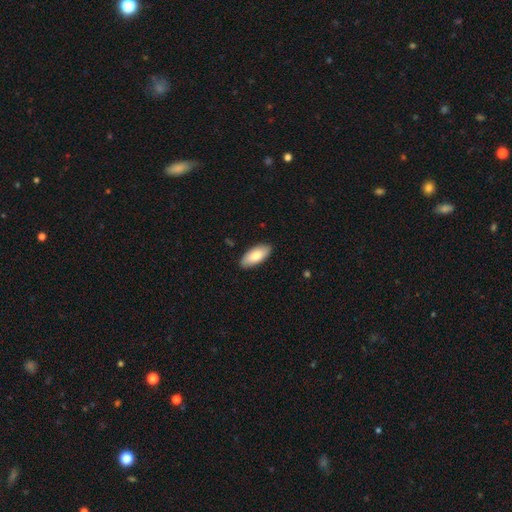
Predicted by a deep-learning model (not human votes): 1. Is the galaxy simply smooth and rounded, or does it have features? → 80% smooth, 15% featured or disk, 5% star or artifact.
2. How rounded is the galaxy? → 89% in between, 9% cigar-shaped, 2% round.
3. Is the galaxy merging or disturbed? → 88% none, 9% minor disturbance, 2% major disturbance, 1% merger.